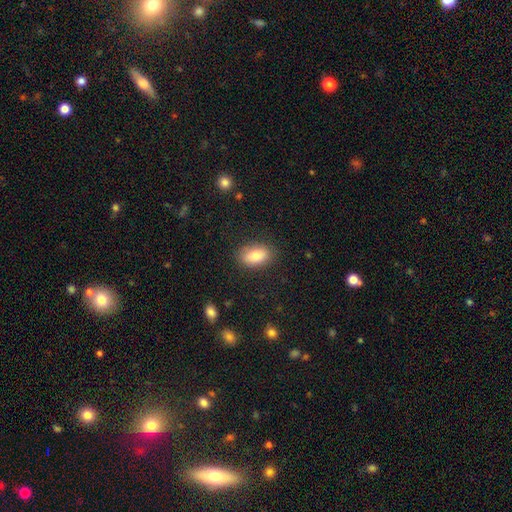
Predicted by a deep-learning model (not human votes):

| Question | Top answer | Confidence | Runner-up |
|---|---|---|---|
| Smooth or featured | smooth | 83% | featured or disk (10%) |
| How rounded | in between | 90% | round (8%) |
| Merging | none | 84% | minor disturbance (11%) |